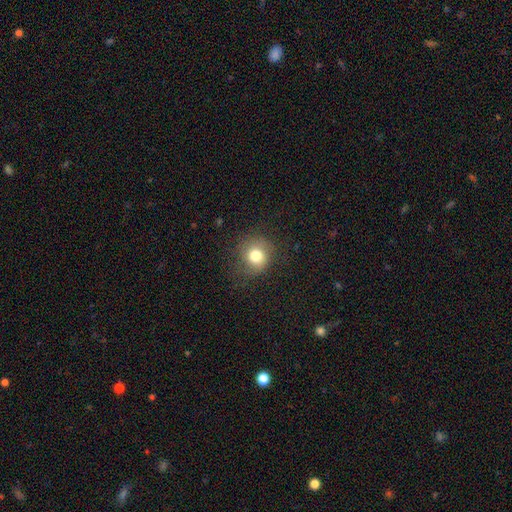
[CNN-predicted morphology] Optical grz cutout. It shows a smooth galaxy with no disk features (77%) that is round (85%). Merging: none (75%).